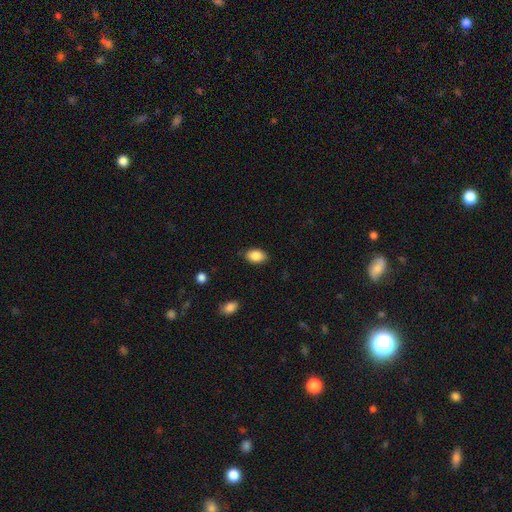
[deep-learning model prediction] smooth_or_featured: smooth (p=0.88) [alt: star or artifact p=0.07]
how_rounded: in between (p=0.89) [alt: round p=0.09]
merging: none (p=0.84) [alt: minor disturbance p=0.12]